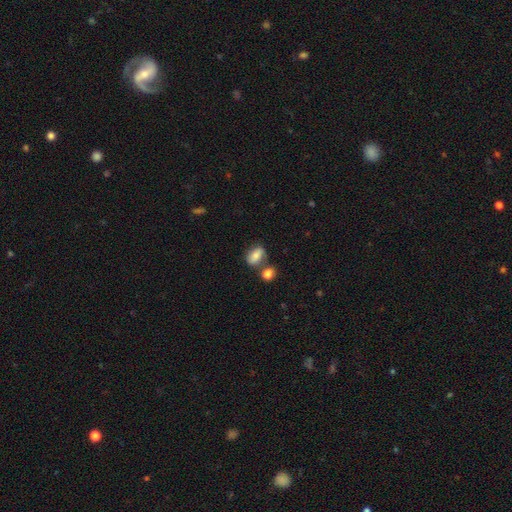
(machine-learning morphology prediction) This appears to be a smooth galaxy with no disk features (73%) that is in between round and cigar-shaped (79%). Merging: none (55%).